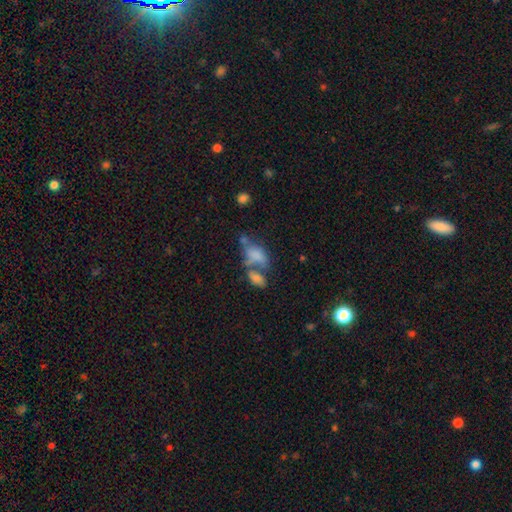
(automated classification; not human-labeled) Overall: smooth (67%). How rounded: in between (87%). Merging: merger (50%; none 22%).